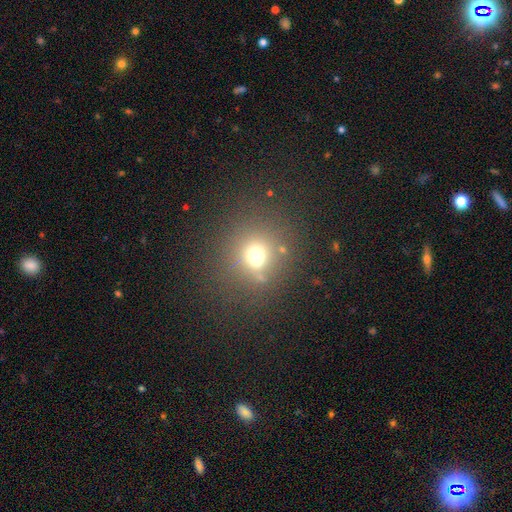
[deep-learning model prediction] A smooth galaxy with no disk features (63%) that is round (80%).

Vote fractions:
- Smooth or featured? smooth: 63% / star or artifact: 23% / featured or disk: 14%
- How rounded? round: 80% / in between: 18% / cigar-shaped: 1%
- Merging? none: 70% / minor disturbance: 12% / merger: 11% / major disturbance: 8%